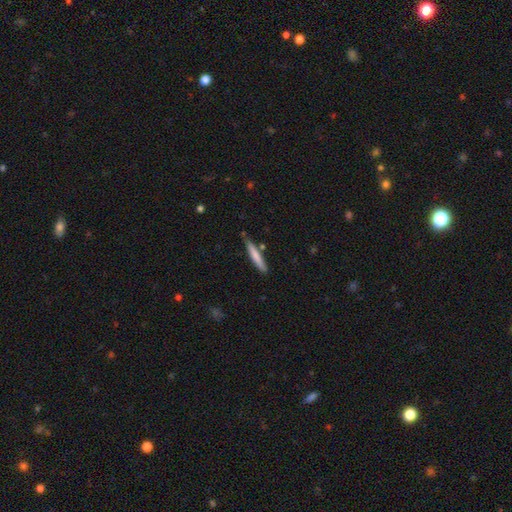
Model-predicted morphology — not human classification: Overall: smooth (72%). How rounded: cigar-shaped (94%). Merging: none (80%).